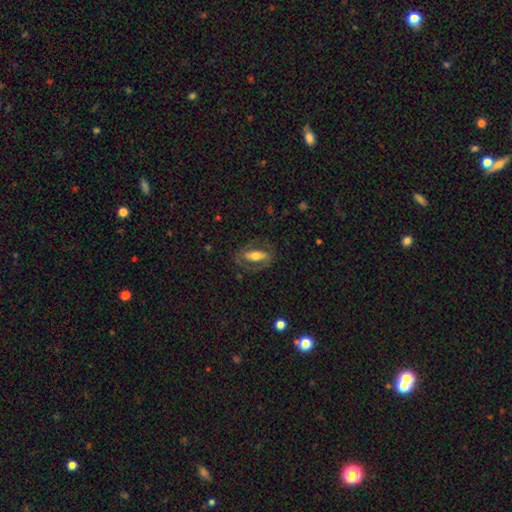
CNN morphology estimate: Q: Smooth or featured?
A: featured or disk (54%); runner-up: smooth (39%)
Q: Edge-on disk?
A: no (79%); runner-up: yes (21%)
Q: Merging?
A: none (69%); runner-up: minor disturbance (17%)